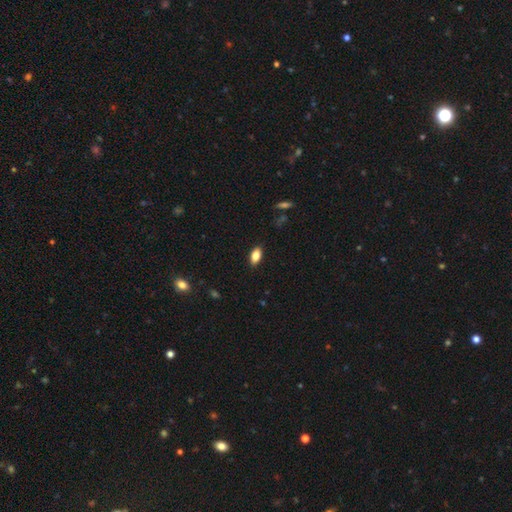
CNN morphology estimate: The model was most divided on "smooth or featured": smooth: 82%, featured or disk: 10%, star or artifact: 8%. More confident: how rounded — in between (90%); merging — none (88%).